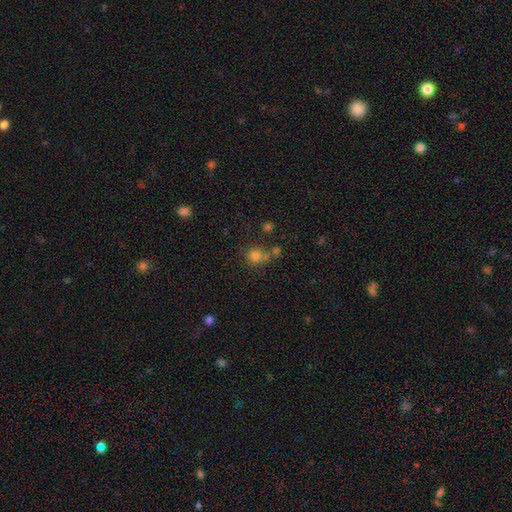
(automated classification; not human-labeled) smooth_or_featured: smooth (p=0.77) [alt: star or artifact p=0.15]
how_rounded: round (p=0.87) [alt: in between p=0.12]
merging: none (p=0.57) [alt: merger p=0.27]